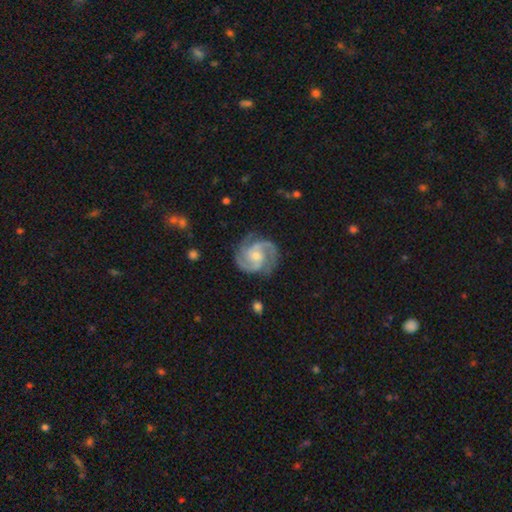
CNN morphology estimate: Smooth or featured? featured or disk (91%)
Edge-on disk? no (98%)
Bar? no (54%)
Spiral arms? yes (98%)
Spiral winding? medium (53%)
Spiral arm count? 2 (43%)
Bulge size? moderate (46%)
Merging? none (78%)